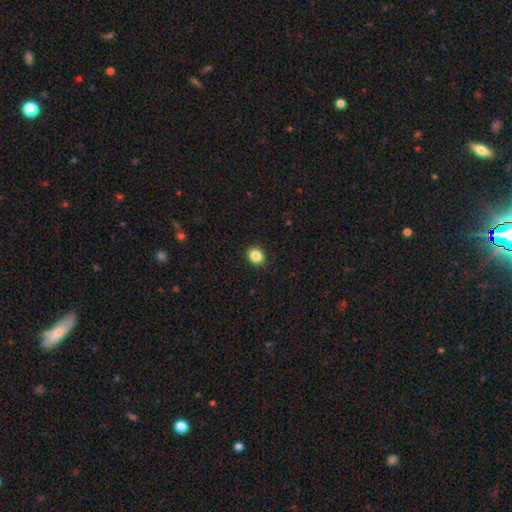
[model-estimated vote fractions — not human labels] smooth-or-featured: smooth: 86% | star or artifact: 10% | featured or disk: 4%
  how-rounded: round: 69% | in between: 30% | cigar-shaped: 1%
  merging: none: 91% | minor disturbance: 6% | major disturbance: 2% | merger: 1%